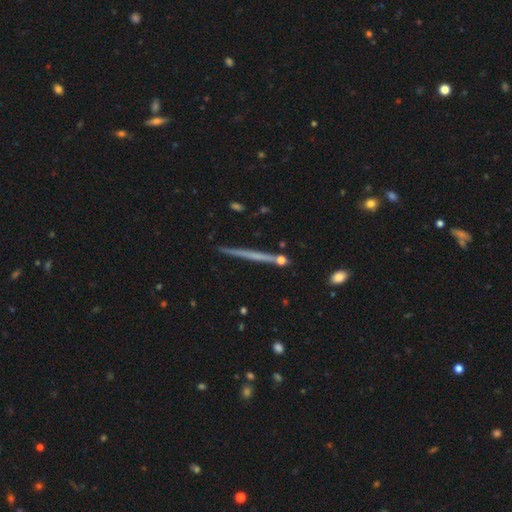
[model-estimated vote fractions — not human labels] Smooth or featured? Predicted: featured or disk (p=0.58). Edge-on disk? Predicted: yes (p=0.98). Edge-on bulge? Predicted: none (p=0.81). Merging? Predicted: none (p=0.89).